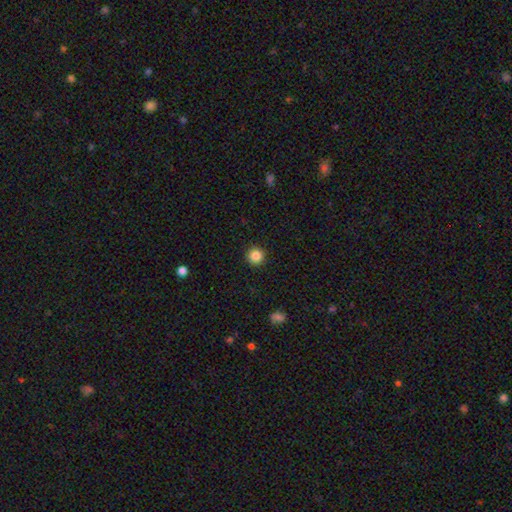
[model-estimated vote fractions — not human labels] A smooth galaxy with no disk features (85%) that is round (96%).

Vote fractions:
- Smooth or featured? smooth: 85% / star or artifact: 11% / featured or disk: 4%
- How rounded? round: 96% / in between: 3% / cigar-shaped: 1%
- Merging? none: 93% / minor disturbance: 5% / major disturbance: 2% / merger: 1%